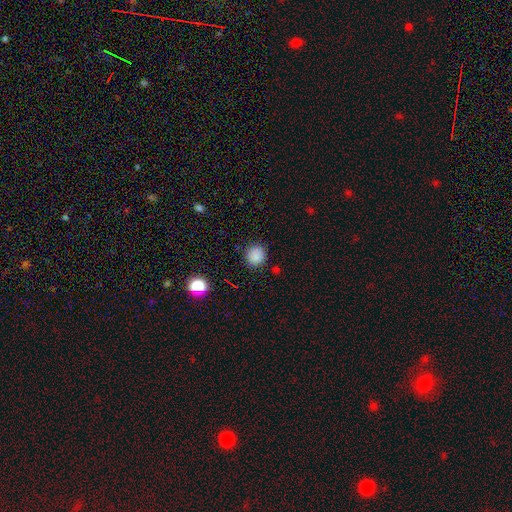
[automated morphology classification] A smooth galaxy with no disk features (84%) that is round (87%).

Vote fractions:
- Smooth or featured? smooth: 84% / star or artifact: 12% / featured or disk: 4%
- How rounded? round: 87% / in between: 12% / cigar-shaped: 1%
- Merging? none: 84% / minor disturbance: 11% / major disturbance: 3% / merger: 2%